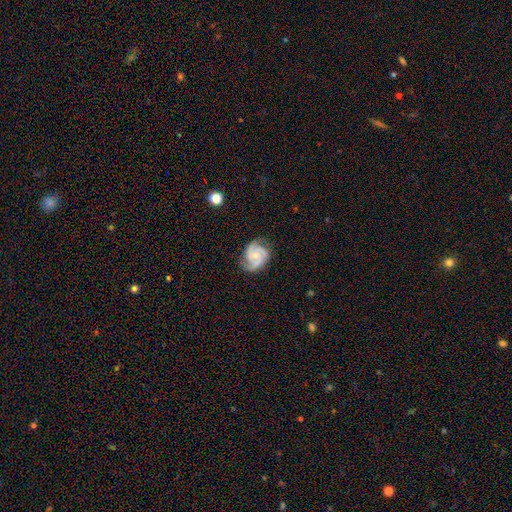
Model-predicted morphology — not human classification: smooth-or-featured: featured or disk: 86% | smooth: 9% | star or artifact: 5%
  disk-edge-on: no: 98% | yes: 2%
    bar: no: 69% | weak: 26% | strong: 5%
    has-spiral-arms: yes: 98% | no: 2%
      spiral-winding: tight: 47% | medium: 44% | loose: 9%
      spiral-arm-count: 3: 43% | 2: 42% | can't tell: 6% | 4: 3% | 1: 3% | more than 4: 3%
    bulge-size: small: 61% | moderate: 33% | none: 3% | large: 1% | dominant: 1%
  merging: none: 73% | minor disturbance: 20% | major disturbance: 6% | merger: 1%